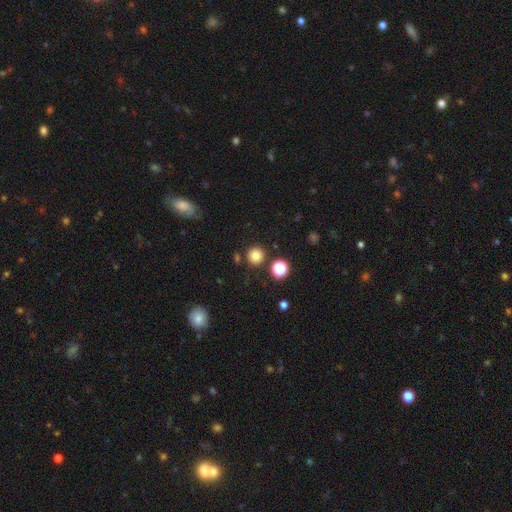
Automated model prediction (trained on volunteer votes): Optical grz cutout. It shows a smooth galaxy with no disk features (81%) that is round (93%). Merging: none (85%).